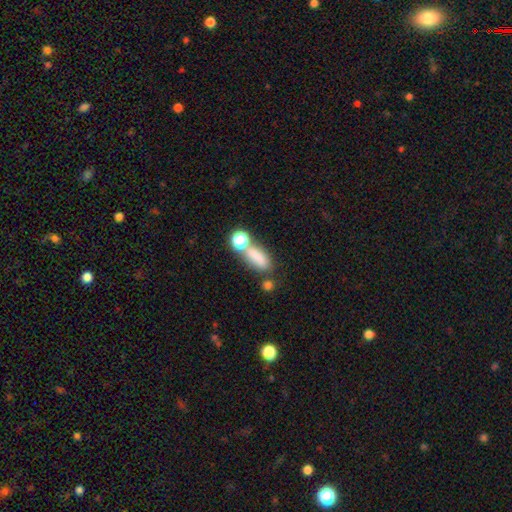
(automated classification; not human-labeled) smooth-or-featured: smooth: 74% | featured or disk: 13% | star or artifact: 13%
  how-rounded: in between: 65% | cigar-shaped: 22% | round: 13%
  merging: none: 41% | merger: 35% | minor disturbance: 14% | major disturbance: 9%